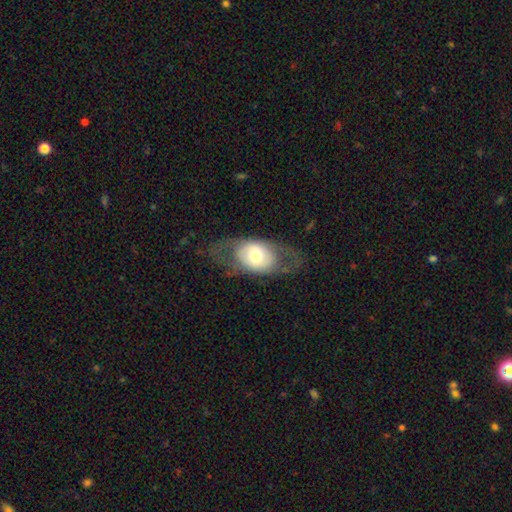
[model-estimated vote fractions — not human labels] Morphology: type=featured or disk (50%); merging=none (69%).